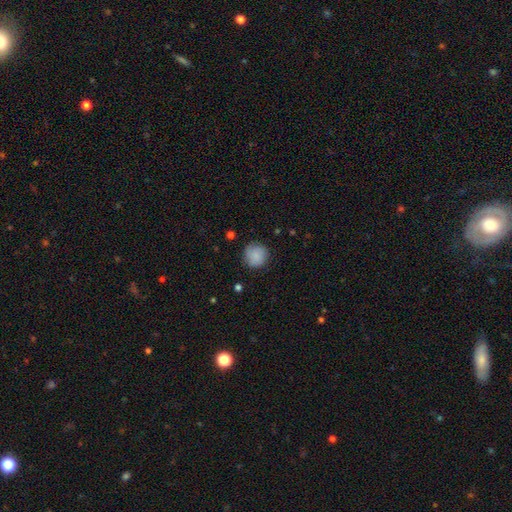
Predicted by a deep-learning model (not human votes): This appears to be a smooth galaxy with no disk features (87%) that is round (93%). Merging: none (83%).